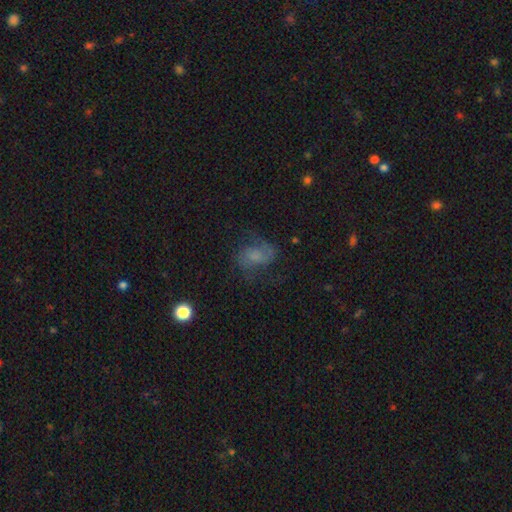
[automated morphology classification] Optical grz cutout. It shows a featured or disk galaxy (52%) with no bar (60%), spiral arms (83%) and no central bulge (35%). Merging: none (57%).